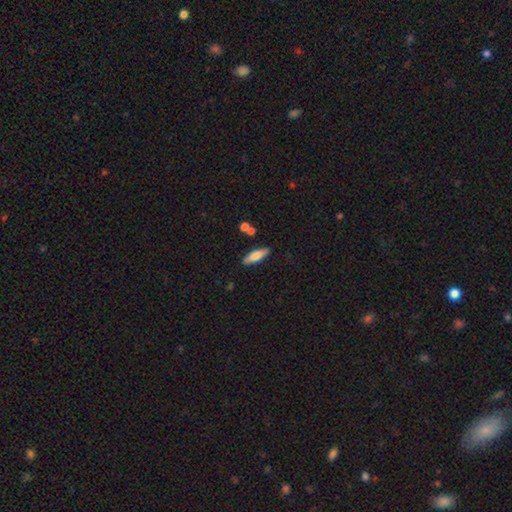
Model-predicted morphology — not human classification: smooth 68%, featured or disk 25%, star or artifact 6%. Down the decision tree: how rounded — cigar-shaped (62%); merging — none (84%).